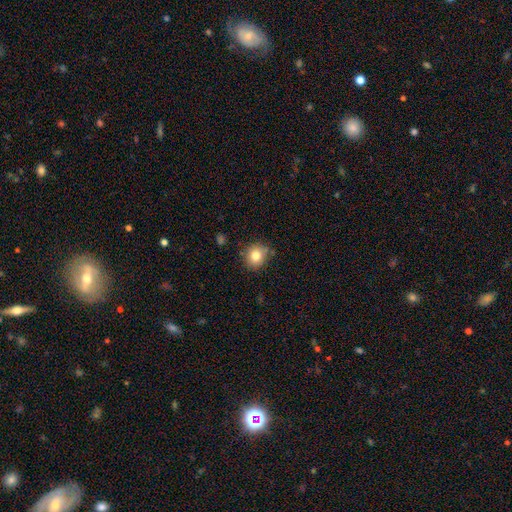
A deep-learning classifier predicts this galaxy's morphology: smooth 80%, star or artifact 11%, featured or disk 9%. Down the decision tree: how rounded — round (81%); merging — none (80%).